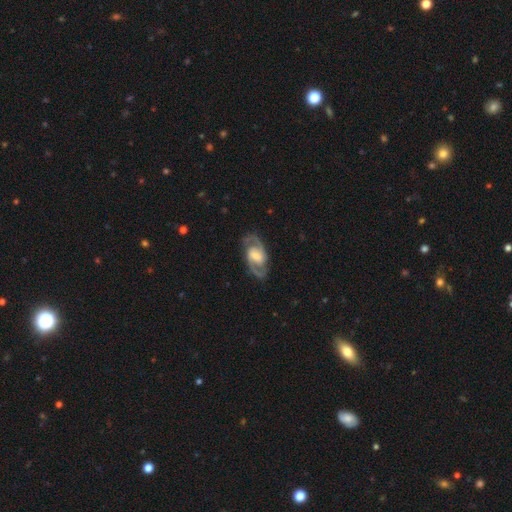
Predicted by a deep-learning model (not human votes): A featured or disk galaxy (90%) with a weak bar (50%), 2 (93%) medium (60%) spiral arms (97%) and a moderate central bulge (40%).

Vote fractions:
- Smooth or featured? featured or disk: 90% / smooth: 6% / star or artifact: 4%
- Edge-on disk? no: 97% / yes: 3%
- Bar? weak: 50% / no: 27% / strong: 23%
- Spiral arms? yes: 97% / no: 3%
- Spiral winding? medium: 60% / tight: 25% / loose: 15%
- Spiral arm count? 2: 93% / can't tell: 2% / 3: 1% / 1: 1% / 4: 1% / more than 4: 1%
- Bulge size? moderate: 40% / small: 29% / large: 18% / none: 11% / dominant: 2%
- Merging? none: 83% / minor disturbance: 11% / major disturbance: 4% / merger: 1%